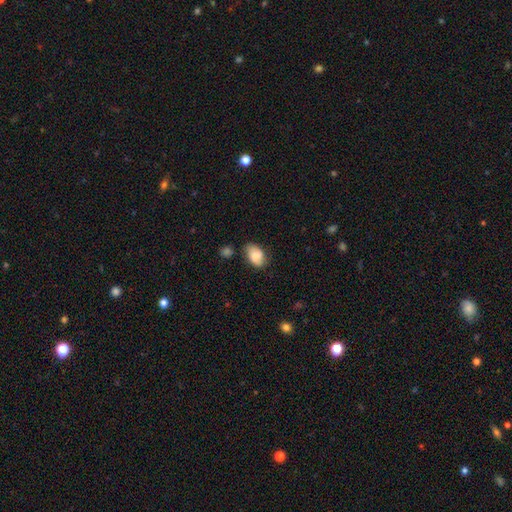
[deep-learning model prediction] Smooth or featured?
  - smooth: 77% *
  - featured or disk: 15%
  - star or artifact: 8%
How rounded?
  - in between: 88% *
  - round: 11%
  - cigar-shaped: 1%
Merging?
  - none: 66% *
  - minor disturbance: 24%
  - major disturbance: 5%
  - merger: 5%